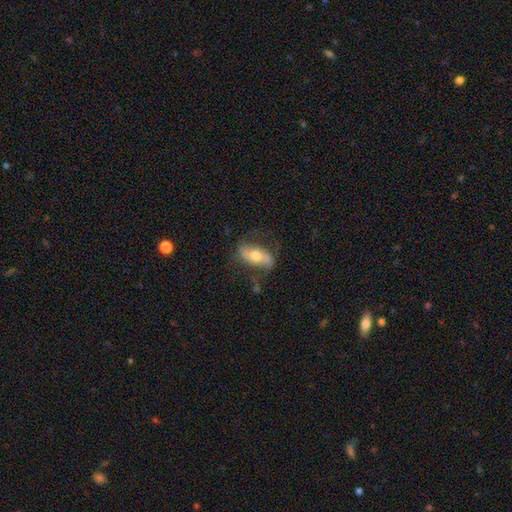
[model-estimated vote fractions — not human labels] This is possibly a featured or disk galaxy (55%). It is clearly not viewed edge-on (83%). Merging: likely none (64%).